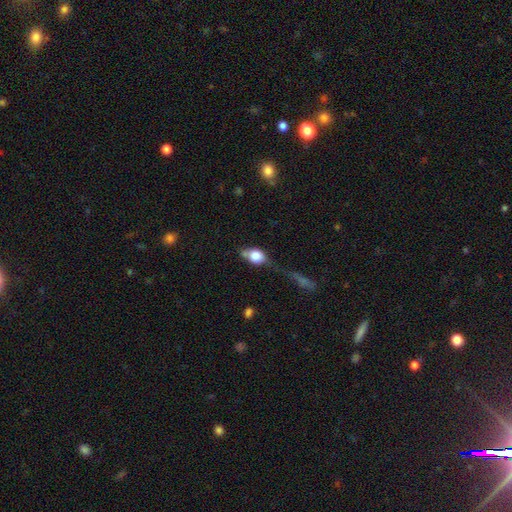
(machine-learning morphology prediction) Smooth or featured? smooth (72%)
How rounded? in between (62%)
Merging? none (30%)